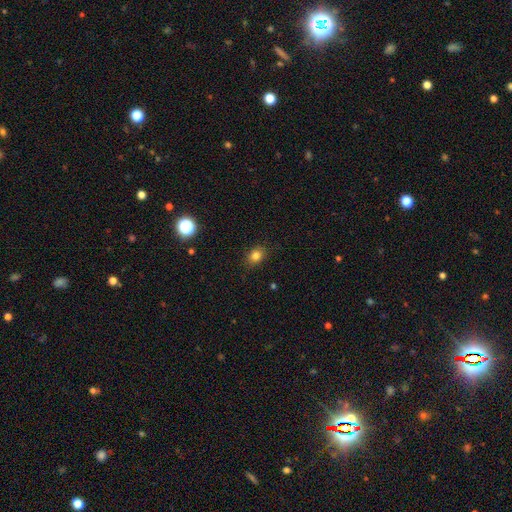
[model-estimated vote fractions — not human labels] Smooth or featured? Predicted: smooth (p=0.81). How rounded? Predicted: in between (p=0.54). Merging? Predicted: none (p=0.86).